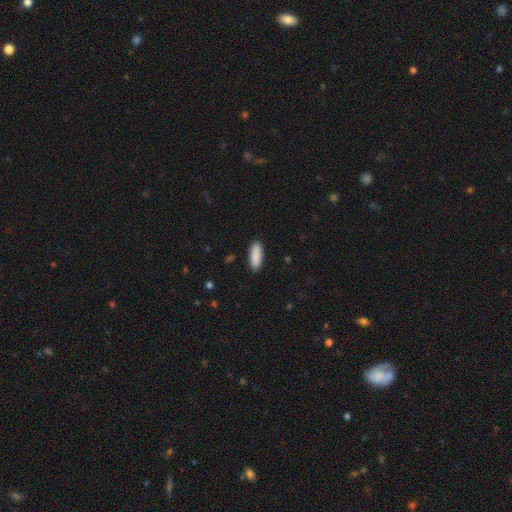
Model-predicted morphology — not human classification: type=smooth (90%); roundness=in between (68%); merging=none (90%).